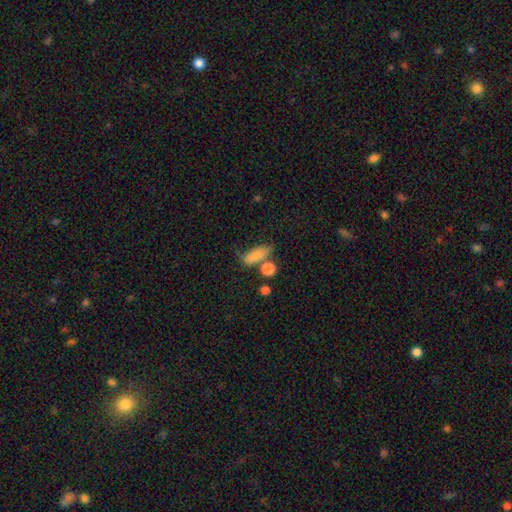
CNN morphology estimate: This appears to be a smooth galaxy with no disk features (79%) that is in between round and cigar-shaped (69%). Merging: none (48%).